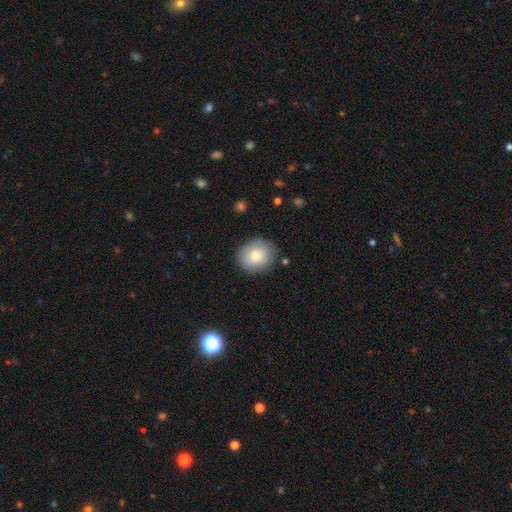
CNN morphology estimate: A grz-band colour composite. It shows a smooth galaxy with no disk features (80%) that is round (76%). Merging: none (83%).